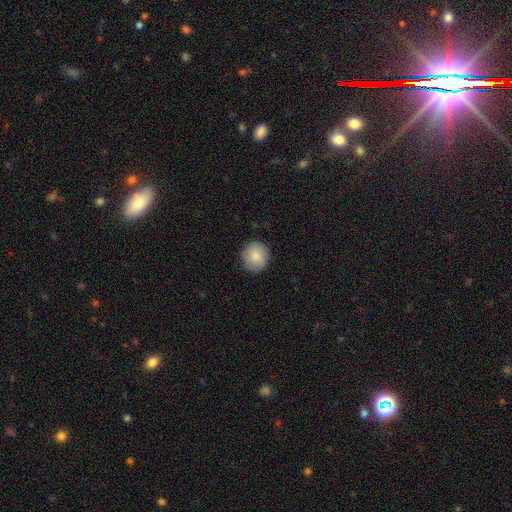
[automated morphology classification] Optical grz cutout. It shows a smooth galaxy with no disk features (86%) that is round (90%). Merging: none (89%).